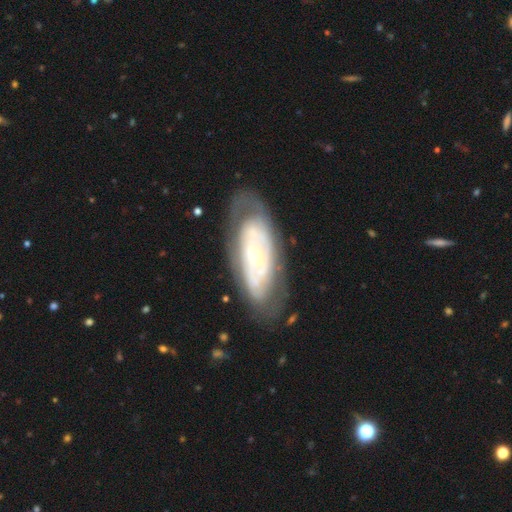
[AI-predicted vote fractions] A featured or disk galaxy (76%) with no bar (69%), spiral arms (64%) and a small central bulge (66%). Merging: none (70%).